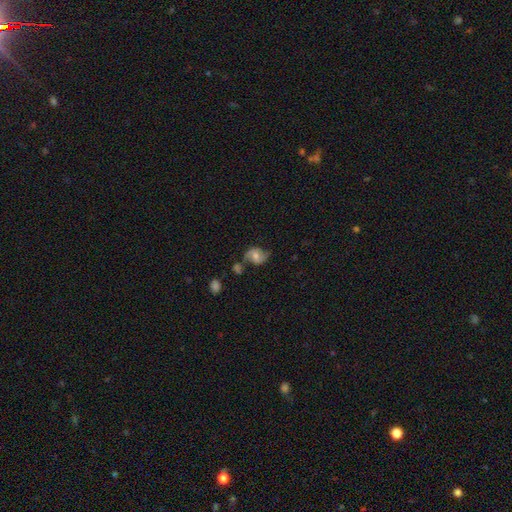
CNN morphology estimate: smooth-or-featured: featured or disk: 62% | smooth: 29% | star or artifact: 9%
  disk-edge-on: no: 97% | yes: 3%
    bar: no: 52% | weak: 37% | strong: 11%
    has-spiral-arms: yes: 88% | no: 12%
      spiral-winding: medium: 44% | loose: 39% | tight: 17%
      spiral-arm-count: 2: 89% | can't tell: 5% | 1: 3% | 3: 1% | 4: 1% | more than 4: 1%
    bulge-size: moderate: 64% | small: 26% | large: 7% | none: 3% | dominant: 1%
  merging: none: 61% | minor disturbance: 20% | merger: 10% | major disturbance: 9%